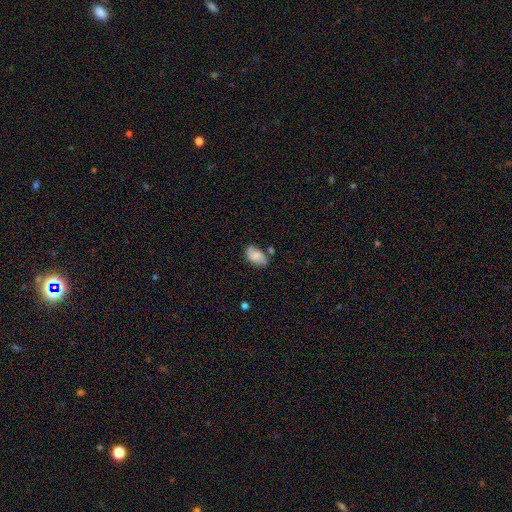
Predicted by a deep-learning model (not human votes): Smooth or featured? Predicted: smooth (p=0.77). How rounded? Predicted: in between (p=0.93). Merging? Predicted: none (p=0.58).